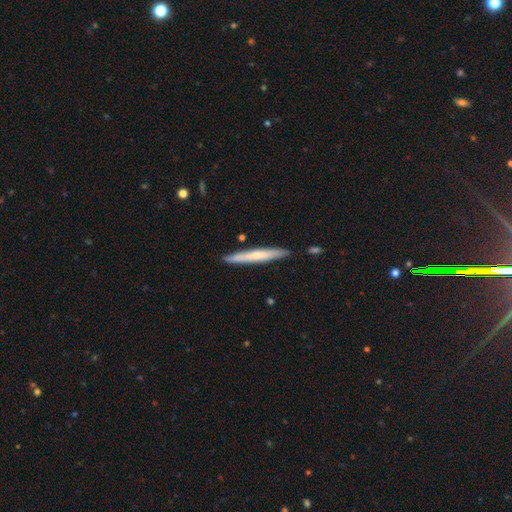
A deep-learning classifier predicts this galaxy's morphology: Smooth or featured?
  - smooth: 55% *
  - featured or disk: 40%
  - star or artifact: 6%
How rounded?
  - cigar-shaped: 96% *
  - in between: 3%
  - round: 1%
Merging?
  - none: 89% *
  - minor disturbance: 8%
  - merger: 2%
  - major disturbance: 1%